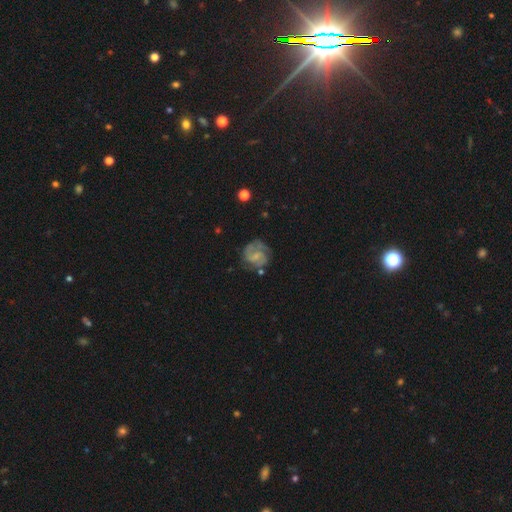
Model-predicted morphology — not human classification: smooth_or_featured: featured or disk (p=0.76) [alt: smooth p=0.17]
disk_edge_on: no (p=0.98) [alt: yes p=0.02]
bar: weak (p=0.50) [alt: no p=0.37]
has_spiral_arms: yes (p=0.92) [alt: no p=0.08]
spiral_winding: medium (p=0.46) [alt: tight p=0.37]
spiral_arm_count: 2 (p=0.73) [alt: can't tell p=0.12]
bulge_size: small (p=0.47) [alt: none p=0.34]
merging: none (p=0.64) [alt: minor disturbance p=0.20]